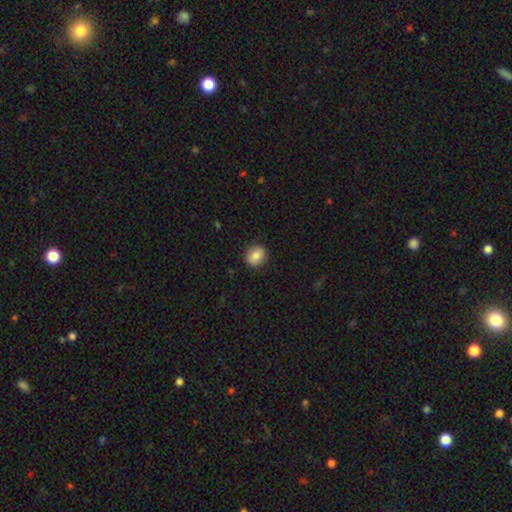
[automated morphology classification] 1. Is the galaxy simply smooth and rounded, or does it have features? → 84% smooth, 8% star or artifact, 7% featured or disk.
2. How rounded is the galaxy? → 80% round, 19% in between, 1% cigar-shaped.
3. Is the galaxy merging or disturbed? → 90% none, 7% minor disturbance, 2% major disturbance, 1% merger.